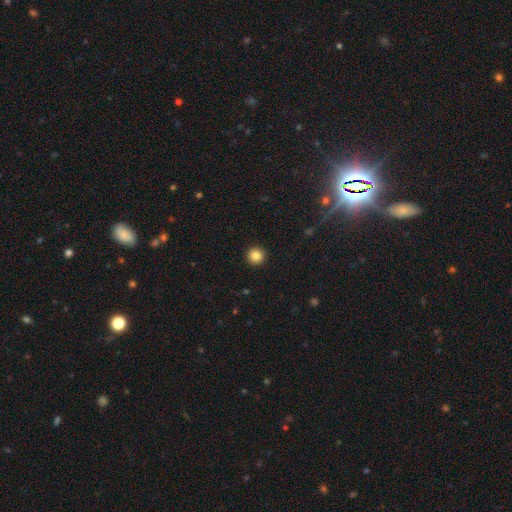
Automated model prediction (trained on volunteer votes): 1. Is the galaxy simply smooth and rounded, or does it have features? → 85% smooth, 11% star or artifact, 5% featured or disk.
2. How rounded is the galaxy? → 96% round, 3% in between, 1% cigar-shaped.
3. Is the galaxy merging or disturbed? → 93% none, 4% minor disturbance, 2% major disturbance, 1% merger.